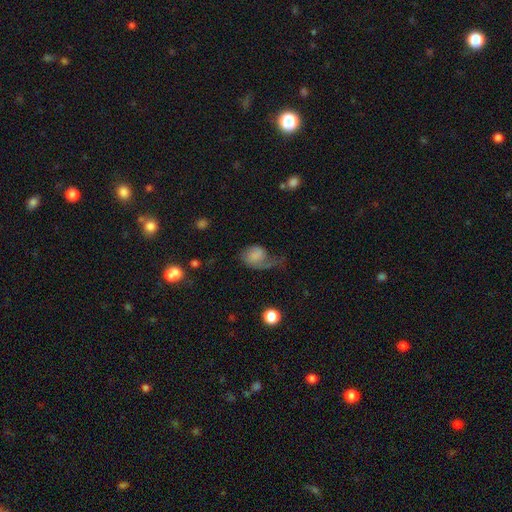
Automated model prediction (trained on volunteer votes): smooth-or-featured: smooth: 52% | featured or disk: 39% | star or artifact: 9%
  how-rounded: in between: 59% | round: 40% | cigar-shaped: 1%
  merging: major disturbance: 49% | none: 25% | minor disturbance: 23% | merger: 4%